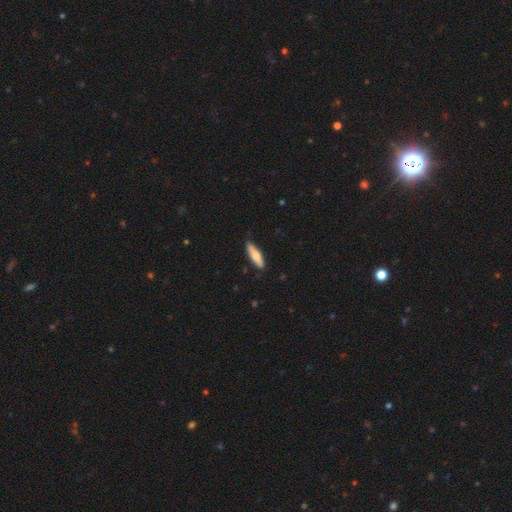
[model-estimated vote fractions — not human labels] A smooth galaxy with no disk features (64%) that is cigar-shaped (67%).

Vote fractions:
- Smooth or featured? smooth: 64% / featured or disk: 31% / star or artifact: 5%
- How rounded? cigar-shaped: 67% / in between: 31% / round: 2%
- Merging? none: 87% / minor disturbance: 10% / major disturbance: 2% / merger: 1%